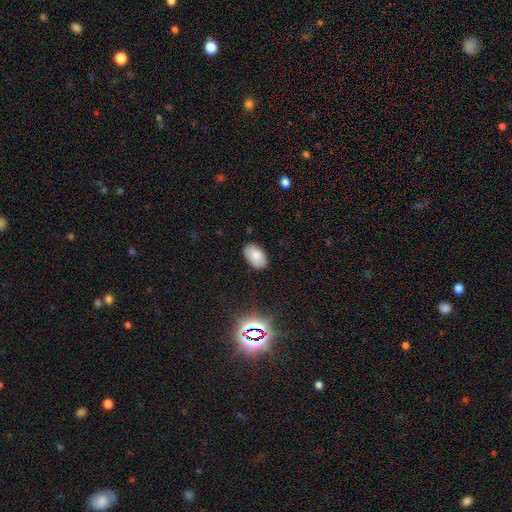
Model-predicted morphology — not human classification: smooth_or_featured: smooth (p=0.81) [alt: featured or disk p=0.10]
how_rounded: in between (p=0.93) [alt: round p=0.06]
merging: none (p=0.85) [alt: minor disturbance p=0.12]